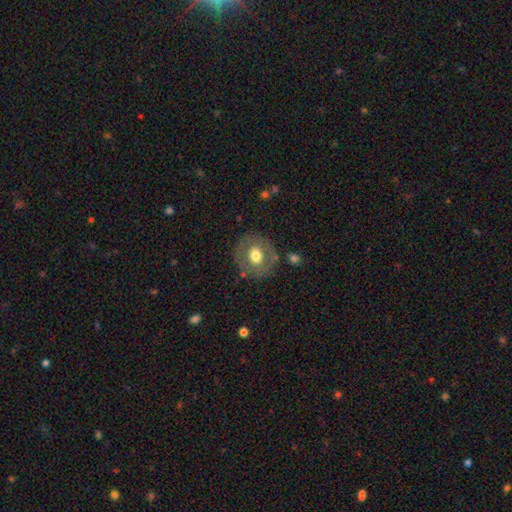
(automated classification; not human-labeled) Smooth or featured: smooth — 56% (featured or disk — 37%)
How rounded: round — 80% (in between — 19%)
Merging: none — 80% (minor disturbance — 12%)